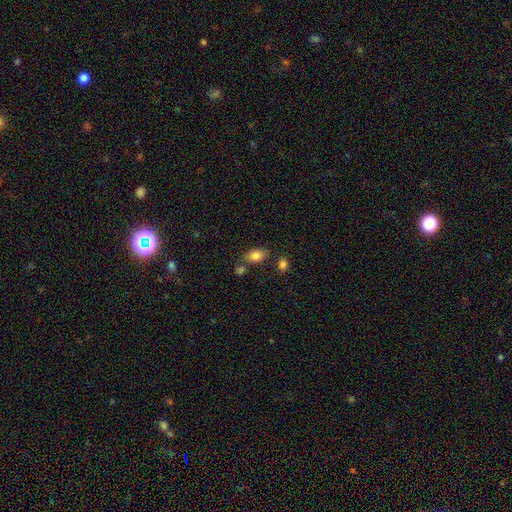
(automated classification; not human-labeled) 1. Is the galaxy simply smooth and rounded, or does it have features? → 82% smooth, 9% featured or disk, 9% star or artifact.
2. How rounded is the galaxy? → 87% in between, 11% round, 3% cigar-shaped.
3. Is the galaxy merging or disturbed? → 68% none, 15% minor disturbance, 13% merger, 4% major disturbance.